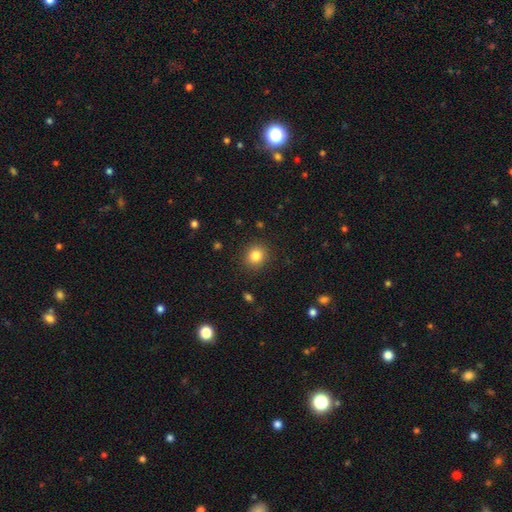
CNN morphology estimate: Smooth or featured: smooth — 83% (star or artifact — 11%)
How rounded: round — 82% (in between — 17%)
Merging: none — 89% (minor disturbance — 7%)